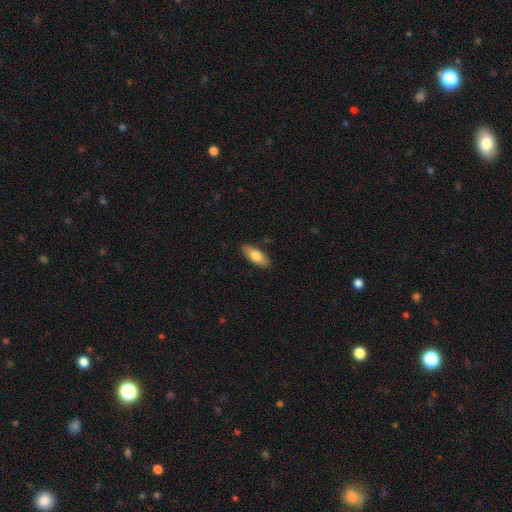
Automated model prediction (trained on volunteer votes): smooth 74%, featured or disk 20%, star or artifact 6%. Down the decision tree: how rounded — in between (74%); merging — none (88%).